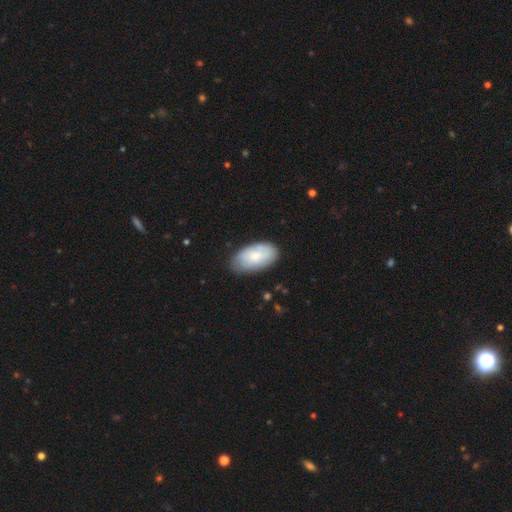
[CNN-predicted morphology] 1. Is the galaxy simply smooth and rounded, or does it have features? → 65% smooth, 29% featured or disk, 6% star or artifact.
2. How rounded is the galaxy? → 94% in between, 4% round, 2% cigar-shaped.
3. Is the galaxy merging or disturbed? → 77% none, 18% minor disturbance, 4% major disturbance, 1% merger.